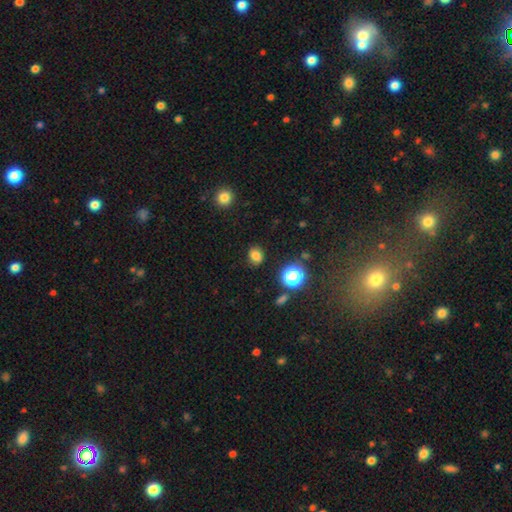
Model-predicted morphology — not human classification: Q: Smooth or featured?
A: smooth (79%); runner-up: star or artifact (16%)
Q: How rounded?
A: round (57%); runner-up: in between (42%)
Q: Merging?
A: none (84%); runner-up: minor disturbance (11%)